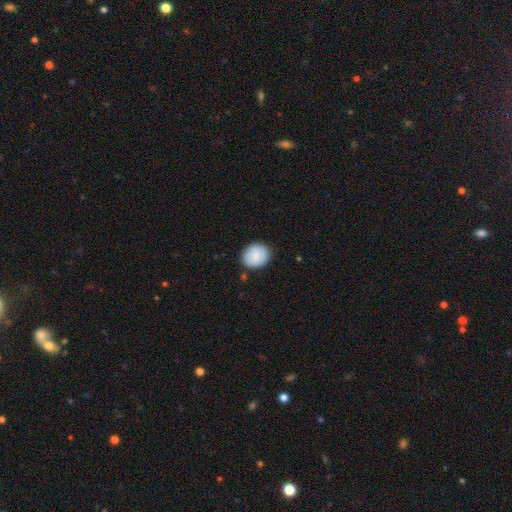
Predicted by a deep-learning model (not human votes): Smooth or featured?
  - smooth: 81% *
  - featured or disk: 13%
  - star or artifact: 7%
How rounded?
  - round: 63% *
  - in between: 36%
  - cigar-shaped: 1%
Merging?
  - none: 83% *
  - minor disturbance: 13%
  - major disturbance: 3%
  - merger: 2%